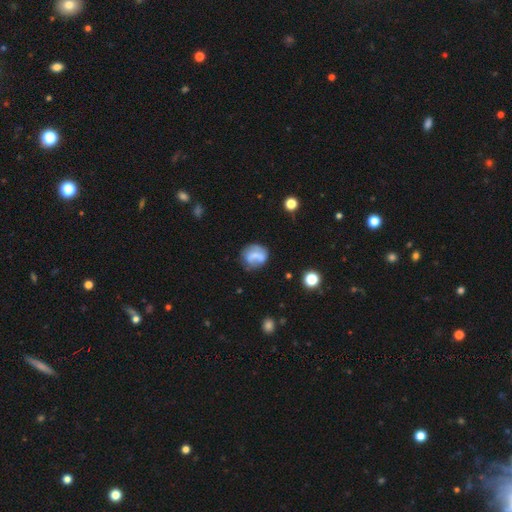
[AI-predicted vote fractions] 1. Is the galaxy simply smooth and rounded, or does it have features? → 55% smooth, 36% featured or disk, 9% star or artifact.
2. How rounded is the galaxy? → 72% round, 27% in between, 2% cigar-shaped.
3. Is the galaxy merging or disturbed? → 54% none, 24% minor disturbance, 13% major disturbance, 9% merger.